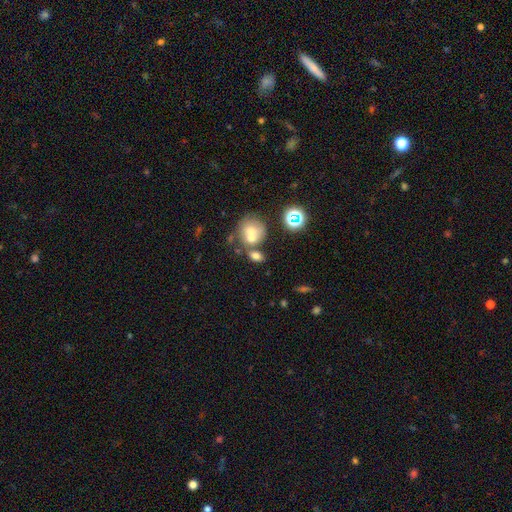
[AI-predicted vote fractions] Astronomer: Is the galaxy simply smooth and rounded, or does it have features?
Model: smooth — 66%.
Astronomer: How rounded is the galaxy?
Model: in between — 59% (runner-up: round, 38%).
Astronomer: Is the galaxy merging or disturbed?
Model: merger — 43% (runner-up: none, 42%).